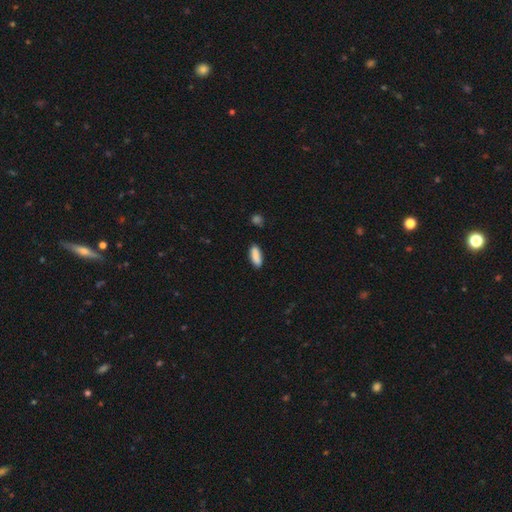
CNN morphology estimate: Overall: smooth (89%). How rounded: in between (68%; cigar-shaped 30%). Merging: none (84%).